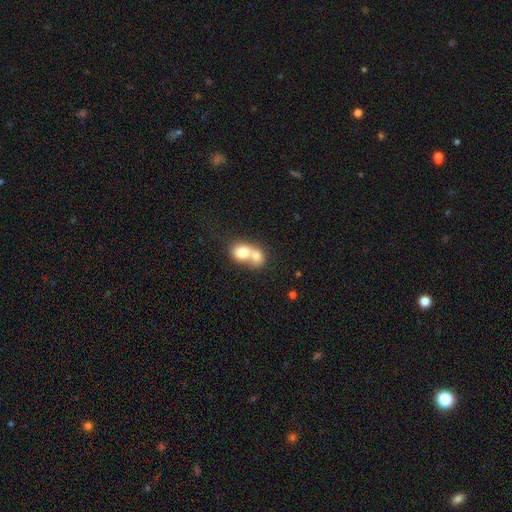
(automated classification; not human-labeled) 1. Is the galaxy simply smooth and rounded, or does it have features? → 72% smooth, 20% featured or disk, 8% star or artifact.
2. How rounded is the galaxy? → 56% round, 43% in between, 1% cigar-shaped.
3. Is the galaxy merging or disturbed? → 77% merger, 16% none, 4% minor disturbance, 3% major disturbance.